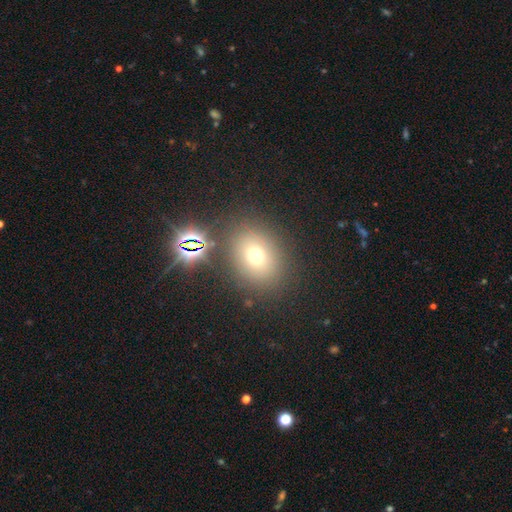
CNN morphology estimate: Smooth or featured?
  - smooth: 66% *
  - star or artifact: 22%
  - featured or disk: 12%
How rounded?
  - round: 53% *
  - in between: 46%
  - cigar-shaped: 1%
Merging?
  - none: 82% *
  - minor disturbance: 9%
  - merger: 5%
  - major disturbance: 4%